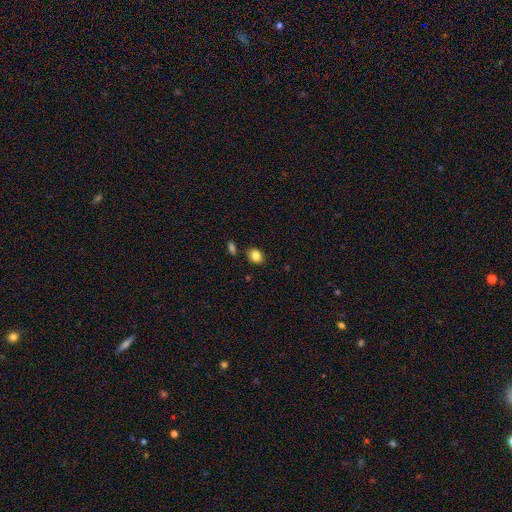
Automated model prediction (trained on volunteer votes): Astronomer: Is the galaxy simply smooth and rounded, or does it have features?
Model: smooth — 84%.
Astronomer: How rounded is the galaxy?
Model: in between — 58% (runner-up: round, 41%).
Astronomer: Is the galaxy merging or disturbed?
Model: none — 83%.